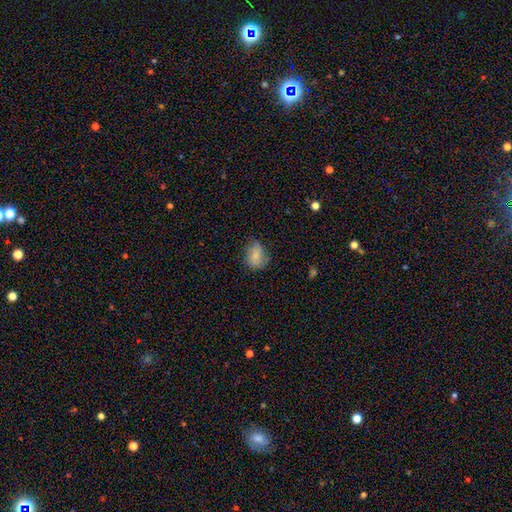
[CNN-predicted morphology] Overall: smooth (79%). How rounded: in between (64%; round 34%). Merging: none (65%; minor disturbance 26%).